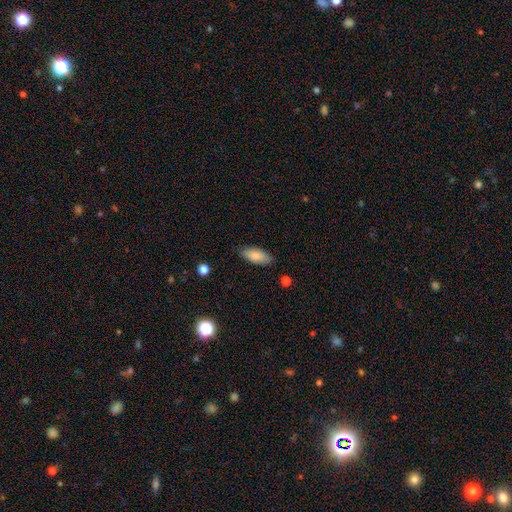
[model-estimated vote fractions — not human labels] Overall: smooth (84%). How rounded: in between (84%). Merging: none (84%).